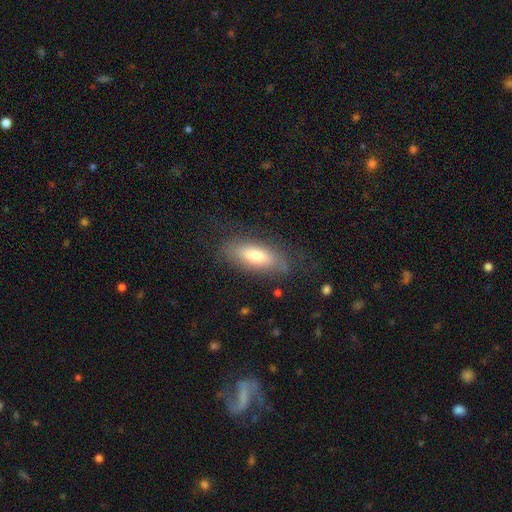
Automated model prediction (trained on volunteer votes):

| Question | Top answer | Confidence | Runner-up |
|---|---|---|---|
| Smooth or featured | smooth | 71% | featured or disk (23%) |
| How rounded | in between | 72% | cigar-shaped (25%) |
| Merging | none | 74% | minor disturbance (18%) |